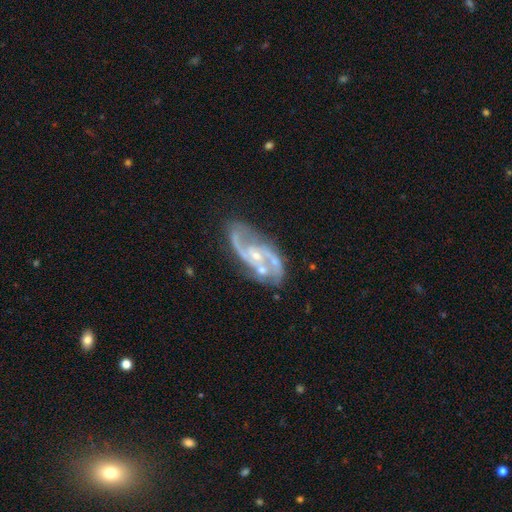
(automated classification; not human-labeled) Smooth or featured? featured or disk (88%)
Edge-on disk? no (96%)
Bar? no (52%)
Spiral arms? yes (95%)
Spiral winding? medium (50%)
Spiral arm count? 2 (83%)
Bulge size? small (67%)
Merging? none (58%)